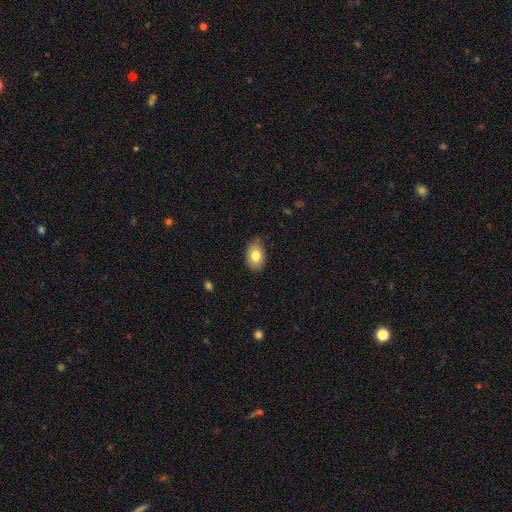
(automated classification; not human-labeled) This is clearly a smooth galaxy (81%). How rounded: clearly in between (84%). Merging: likely none (80%).